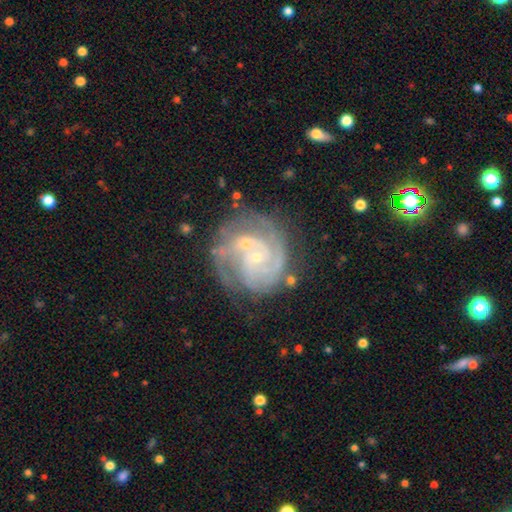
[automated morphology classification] Overall: featured or disk (88%). Edge-on disk: no (98%). Bar: no (69%). Spiral arms: yes (97%). Spiral arm count: 2 (34%; 3 30%). Spiral winding: tight (66%; medium 28%). Bulge size: small (80%). Merging: none (56%; minor disturbance 17%).